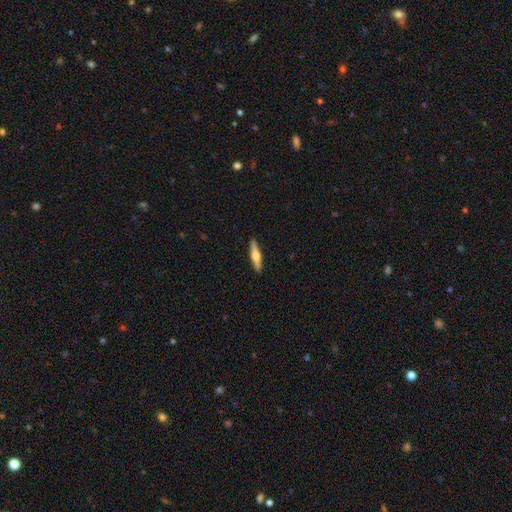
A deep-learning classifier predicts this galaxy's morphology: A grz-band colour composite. It shows a featured or disk galaxy (67%) viewed edge-on (98%) with a rounded central bulge (94%). Merging: none (92%).